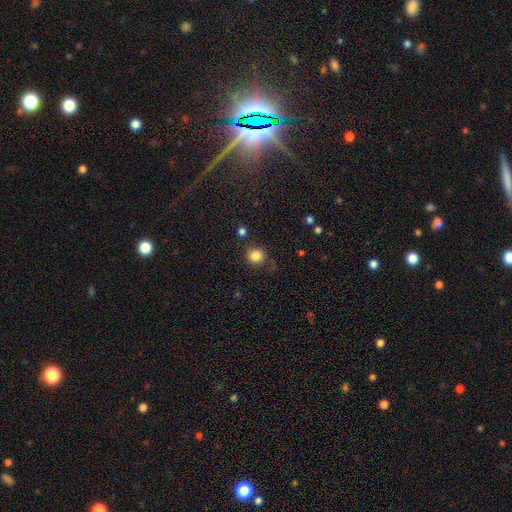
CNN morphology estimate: type=smooth (84%); roundness=round (89%); merging=none (80%).